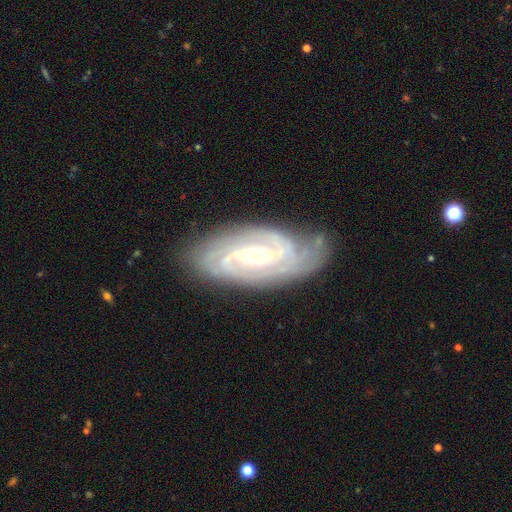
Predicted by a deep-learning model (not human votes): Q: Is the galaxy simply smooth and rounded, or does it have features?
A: featured or disk — 90%.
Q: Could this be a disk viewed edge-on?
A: no — 95%.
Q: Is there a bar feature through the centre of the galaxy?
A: weak — 42%.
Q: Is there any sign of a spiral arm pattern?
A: yes — 98%.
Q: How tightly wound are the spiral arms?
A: tight — 63%.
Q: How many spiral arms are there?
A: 2 — 34%.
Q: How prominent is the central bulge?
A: small — 69%.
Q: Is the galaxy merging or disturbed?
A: none — 77%.